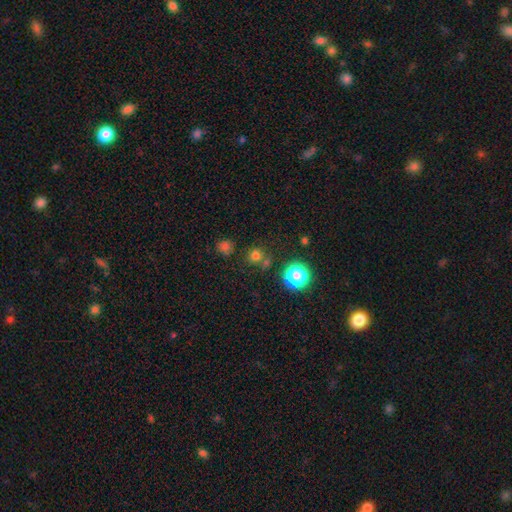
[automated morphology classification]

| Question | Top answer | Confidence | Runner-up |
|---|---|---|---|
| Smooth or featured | smooth | 67% | star or artifact (27%) |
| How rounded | round | 89% | in between (10%) |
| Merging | none | 70% | merger (17%) |